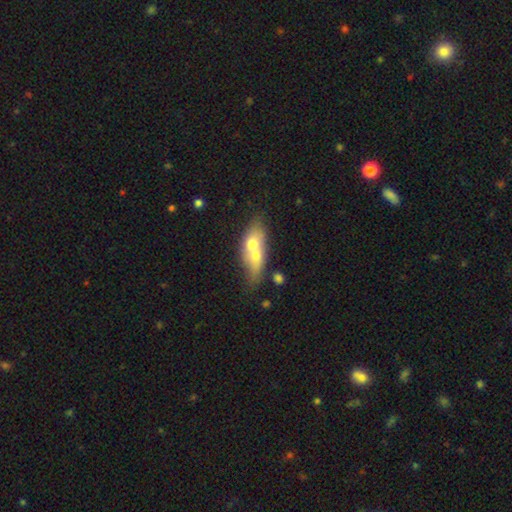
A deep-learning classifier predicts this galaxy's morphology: Smooth or featured? Predicted: smooth (p=0.58). How rounded? Predicted: in between (p=0.69). Merging? Predicted: merger (p=0.60).